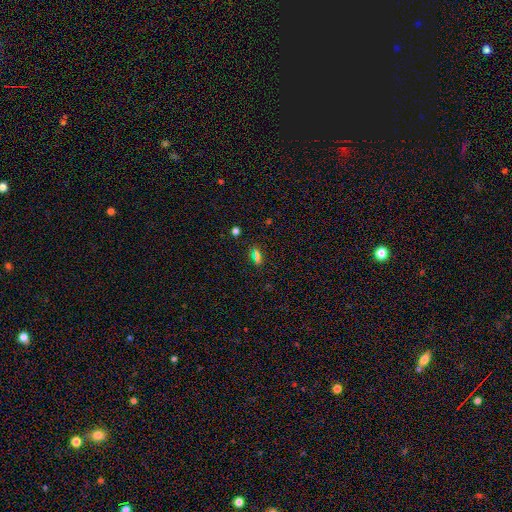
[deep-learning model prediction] Morphology: type=smooth (57%); roundness=in between (52%); merging=none (87%).